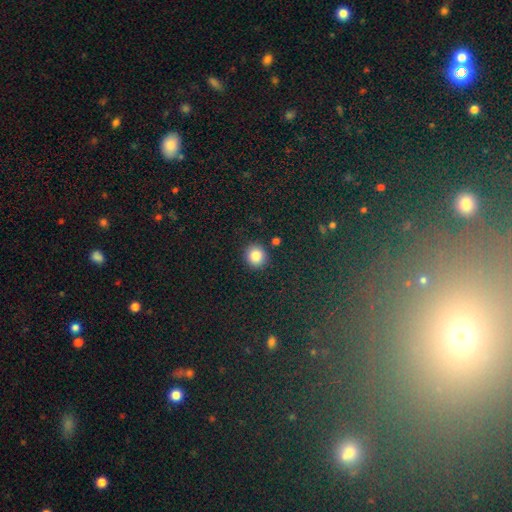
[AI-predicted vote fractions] smooth 85%, star or artifact 10%, featured or disk 5%. Down the decision tree: how rounded — round (89%); merging — none (89%).